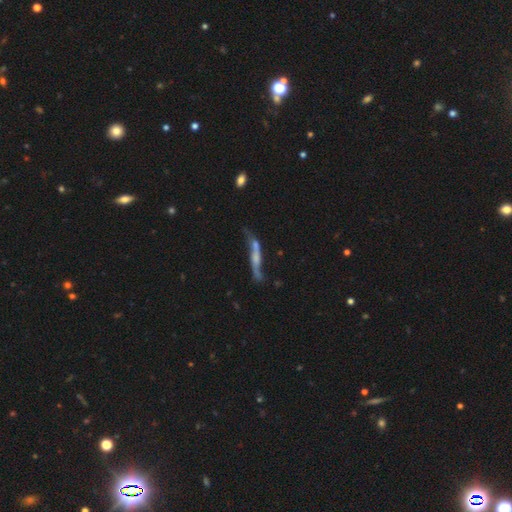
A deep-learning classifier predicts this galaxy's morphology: Smooth or featured? featured or disk (63%)
Edge-on disk? yes (57%)
Merging? none (44%)